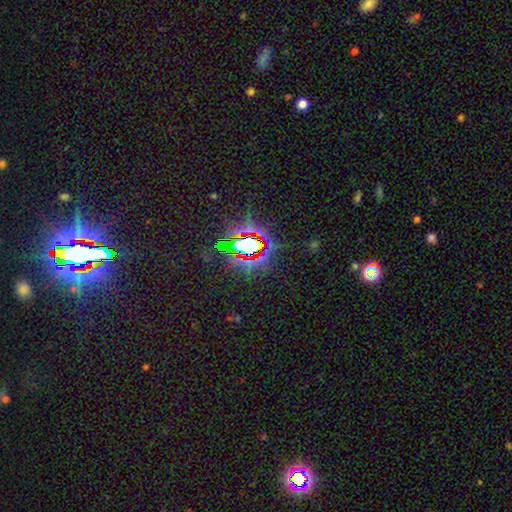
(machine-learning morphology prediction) smooth-or-featured: star or artifact: 78% | smooth: 12% | featured or disk: 9%